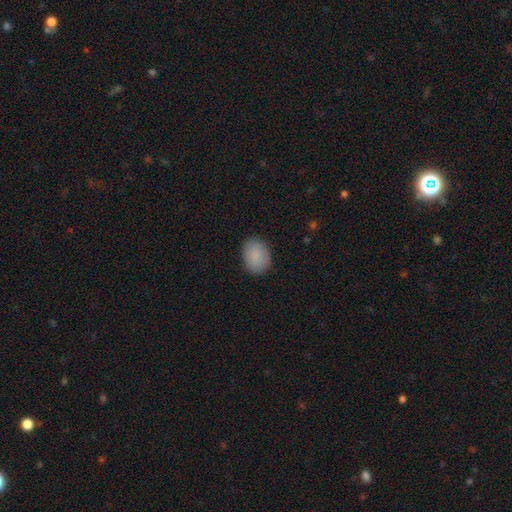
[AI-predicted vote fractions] This is clearly a smooth galaxy (88%). How rounded: possibly in between (60%). Merging: clearly none (87%).